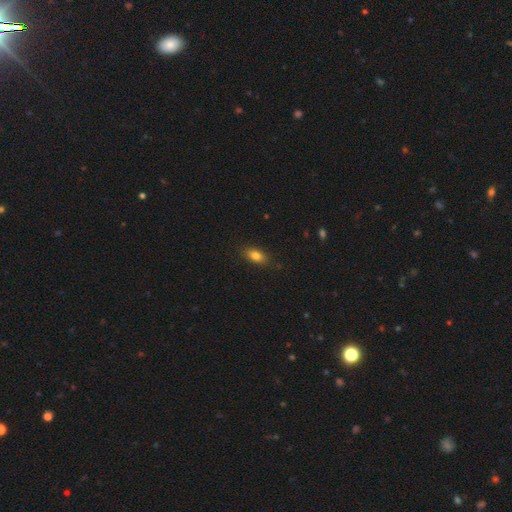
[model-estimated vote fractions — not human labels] Q: Smooth or featured?
A: smooth (83%); runner-up: star or artifact (9%)
Q: How rounded?
A: in between (84%); runner-up: round (9%)
Q: Merging?
A: none (85%); runner-up: minor disturbance (12%)